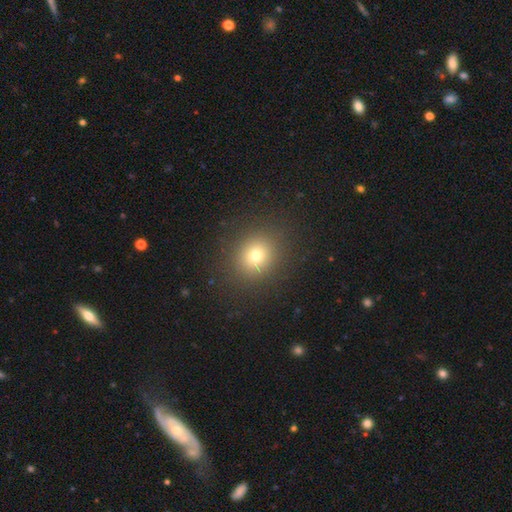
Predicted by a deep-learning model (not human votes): Morphology: type=smooth (74%); roundness=round (80%); merging=none (89%).